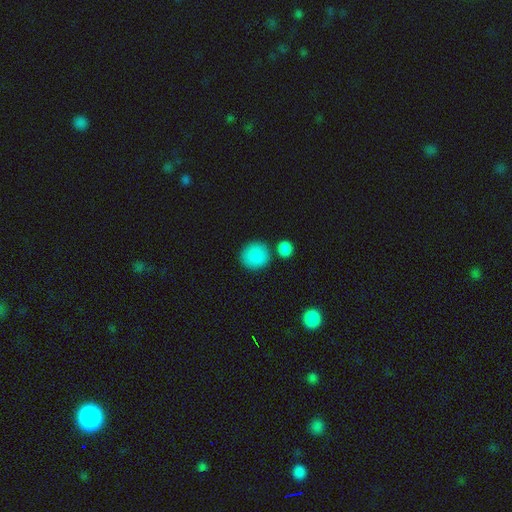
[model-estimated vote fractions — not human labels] This is clearly a smooth galaxy (88%). How rounded: clearly round (88%). Merging: likely none (78%).